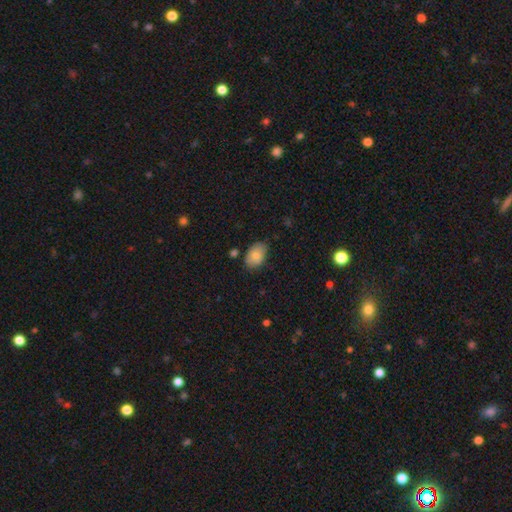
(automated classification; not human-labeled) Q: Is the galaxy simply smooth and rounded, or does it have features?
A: smooth — 80%.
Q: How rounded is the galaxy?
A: in between — 89%.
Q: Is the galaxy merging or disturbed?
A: none — 77%.